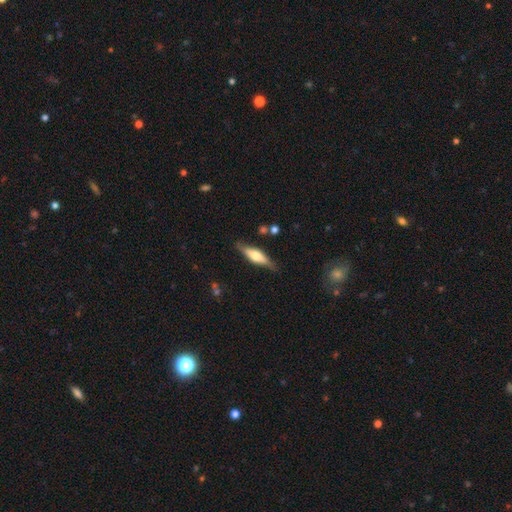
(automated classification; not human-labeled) This is possibly a featured or disk galaxy (53%). It is clearly viewed edge-on (89%). Merging: likely none (79%).